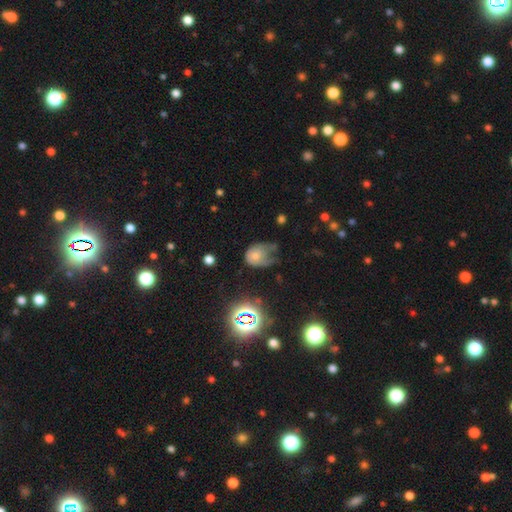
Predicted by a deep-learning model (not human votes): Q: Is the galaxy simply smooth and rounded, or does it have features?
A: smooth — 59%.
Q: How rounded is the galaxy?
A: in between — 51%.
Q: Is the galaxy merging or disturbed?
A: major disturbance — 46%.